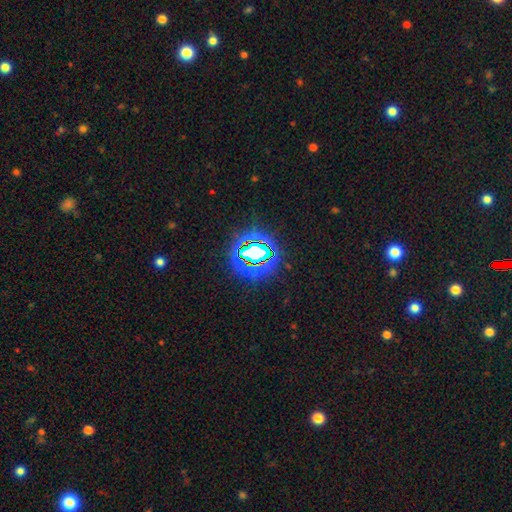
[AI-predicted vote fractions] Morphology: type=star or artifact (76%).